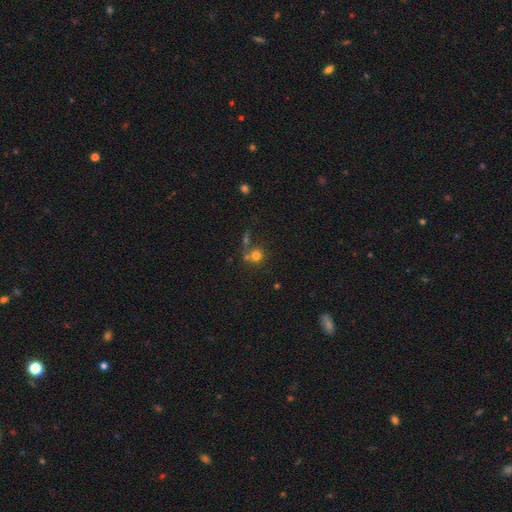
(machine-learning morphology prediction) Smooth or featured?
  - smooth: 72% *
  - star or artifact: 15%
  - featured or disk: 12%
How rounded?
  - round: 87% *
  - in between: 12%
  - cigar-shaped: 1%
Merging?
  - none: 49% *
  - merger: 31%
  - minor disturbance: 10%
  - major disturbance: 9%